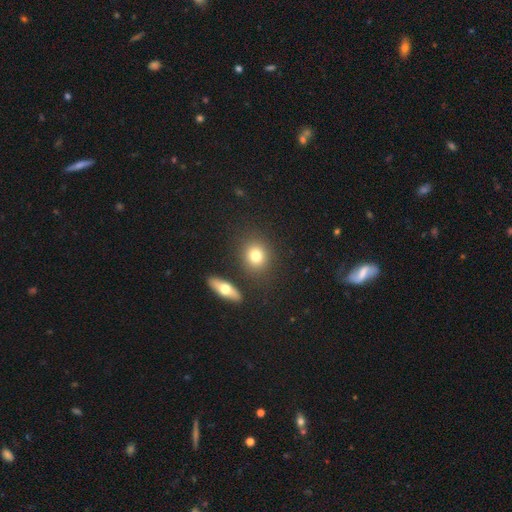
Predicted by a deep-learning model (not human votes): Smooth or featured?
  - smooth: 78% *
  - featured or disk: 13%
  - star or artifact: 9%
How rounded?
  - round: 70% *
  - in between: 27%
  - cigar-shaped: 2%
Merging?
  - none: 81% *
  - minor disturbance: 8%
  - merger: 8%
  - major disturbance: 3%